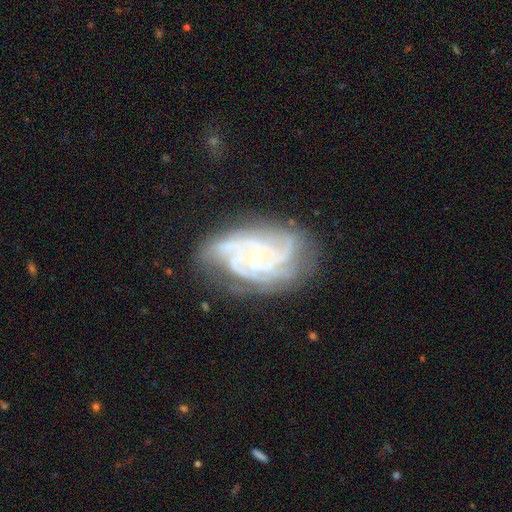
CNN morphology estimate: featured or disk 88%, star or artifact 6%, smooth 6%. Down the decision tree: edge-on disk — no (97%); bar — no (73%); spiral arms — yes (97%); spiral arm count — 3 (30%); spiral winding — tight (67%); bulge size — small (71%); merging — none (69%).